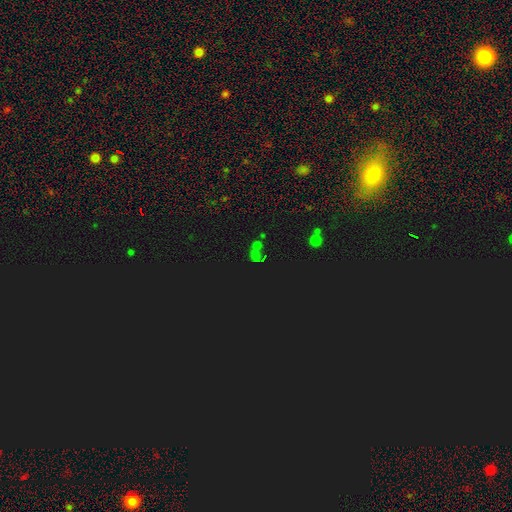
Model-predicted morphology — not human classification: Q: Smooth or featured?
A: star or artifact (60%); runner-up: smooth (29%)